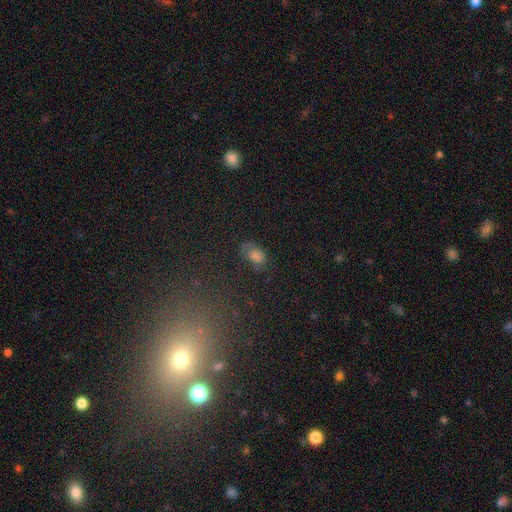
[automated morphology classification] Smooth or featured? Predicted: smooth (p=0.63). How rounded? Predicted: in between (p=0.81). Merging? Predicted: none (p=0.56).